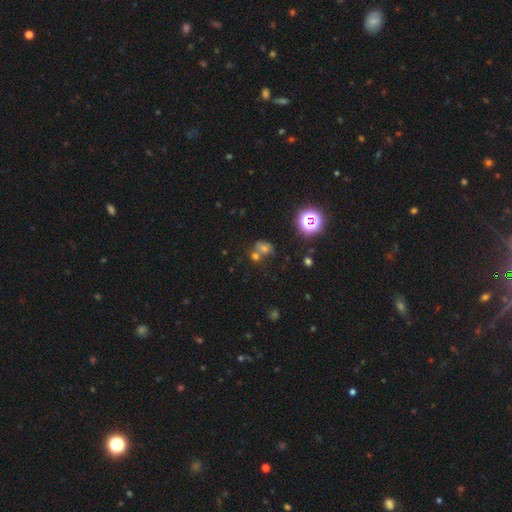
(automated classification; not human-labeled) smooth_or_featured: star or artifact (p=0.49) [alt: smooth p=0.39]